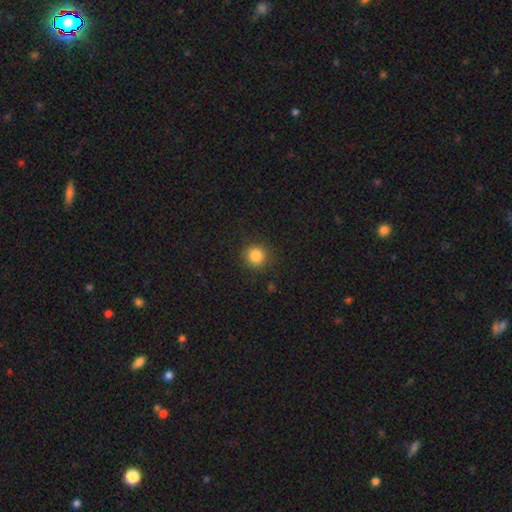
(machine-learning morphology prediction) This is clearly a smooth galaxy (84%). How rounded: clearly round (92%). Merging: clearly none (89%).